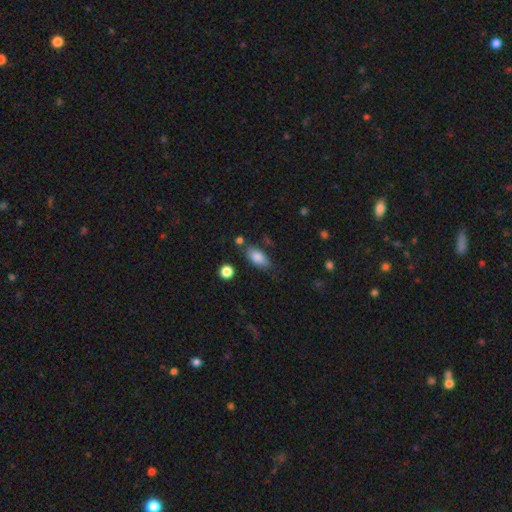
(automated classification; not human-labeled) smooth 83%, featured or disk 9%, star or artifact 7%. Down the decision tree: how rounded — in between (88%); merging — none (70%).